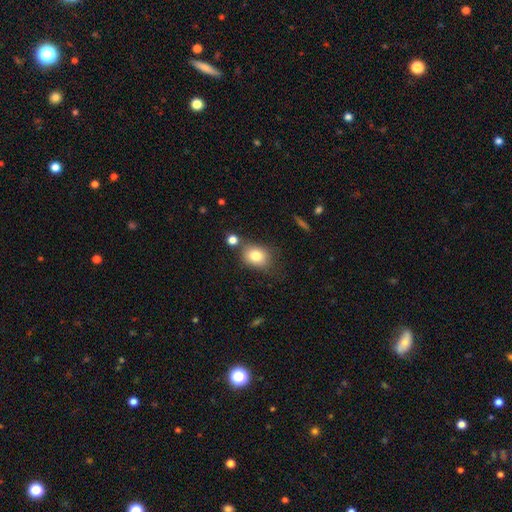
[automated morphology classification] Smooth or featured: smooth — 80% (featured or disk — 10%)
How rounded: in between — 56% (round — 43%)
Merging: none — 65% (minor disturbance — 18%)